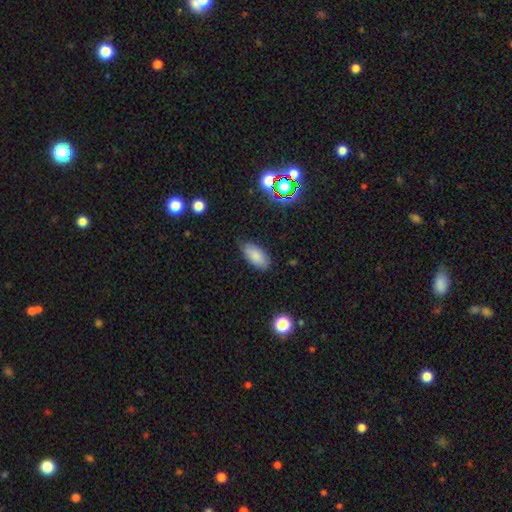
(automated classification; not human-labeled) A smooth galaxy with no disk features (84%) that is in between round and cigar-shaped (90%).

Vote fractions:
- Smooth or featured? smooth: 84% / star or artifact: 9% / featured or disk: 7%
- How rounded? in between: 90% / cigar-shaped: 8% / round: 2%
- Merging? none: 81% / minor disturbance: 15% / major disturbance: 3% / merger: 1%